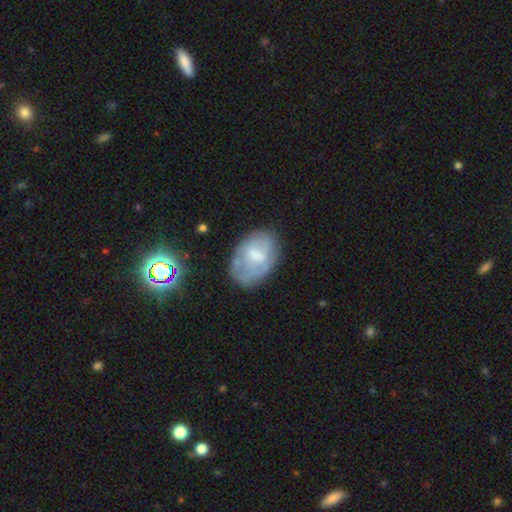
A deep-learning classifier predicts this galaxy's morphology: smooth_or_featured: featured or disk (p=0.47) [alt: smooth p=0.44]
merging: none (p=0.57) [alt: minor disturbance p=0.27]